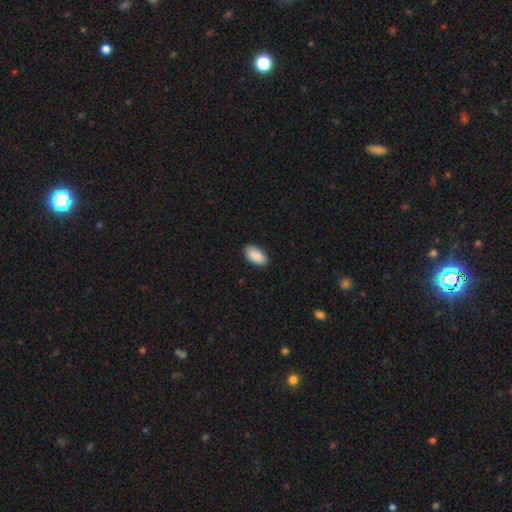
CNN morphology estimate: Smooth or featured? smooth (91%)
How rounded? in between (95%)
Merging? none (88%)